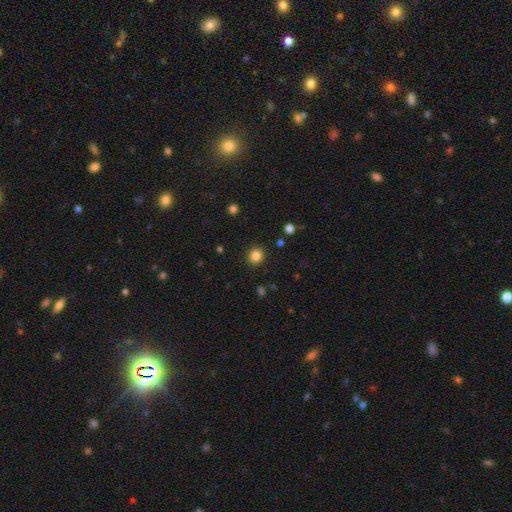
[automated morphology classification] Smooth or featured? Predicted: smooth (p=0.84). How rounded? Predicted: round (p=0.90). Merging? Predicted: none (p=0.91).